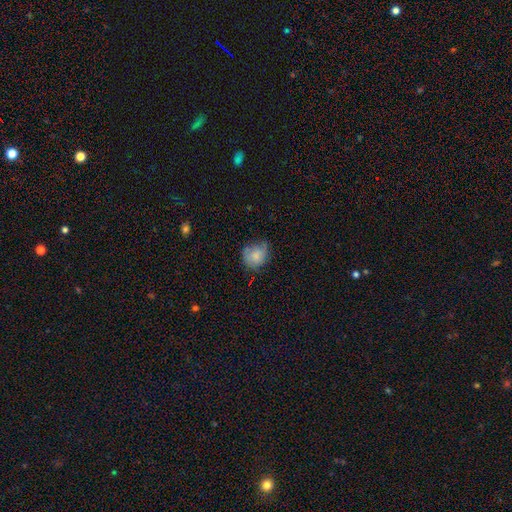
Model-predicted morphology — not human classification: This is likely a smooth galaxy (72%). How rounded: likely round (69%). Merging: possibly none (55%).